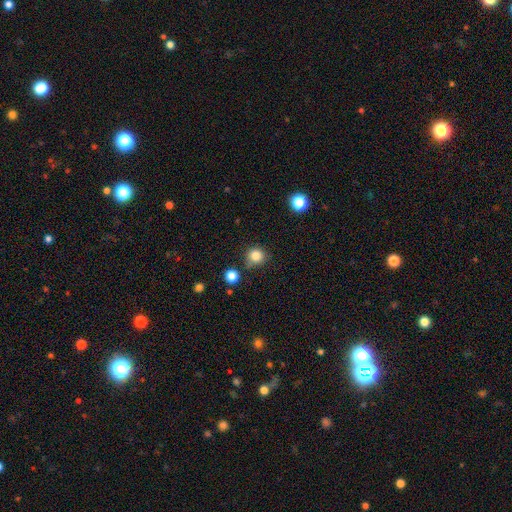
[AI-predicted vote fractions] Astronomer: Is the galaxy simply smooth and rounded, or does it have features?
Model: smooth — 83%.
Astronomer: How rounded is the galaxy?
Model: round — 89%.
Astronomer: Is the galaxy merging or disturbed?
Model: none — 75%.